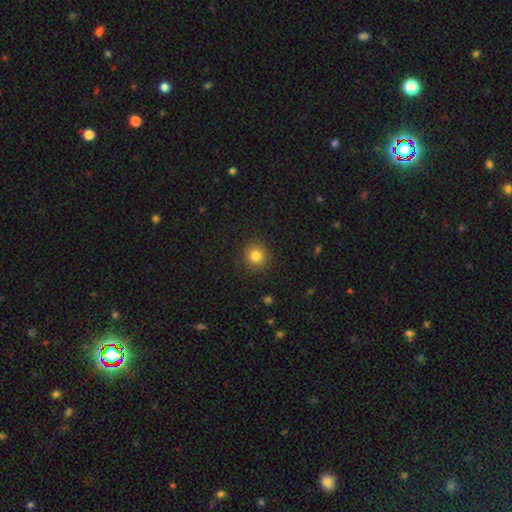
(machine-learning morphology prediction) A smooth galaxy with no disk features (83%) that is round (93%). Merging: none (90%).